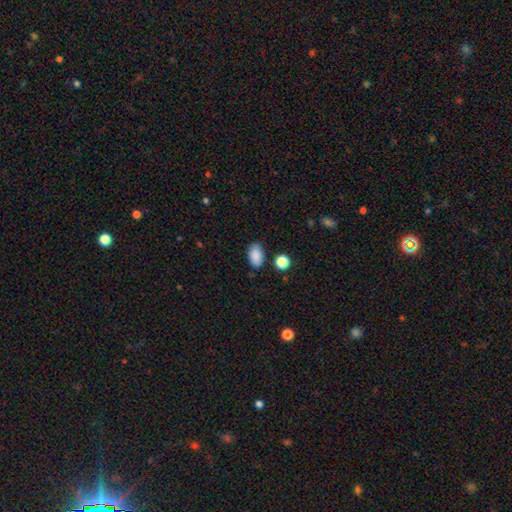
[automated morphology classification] Smooth or featured? smooth (88%)
How rounded? in between (90%)
Merging? none (79%)